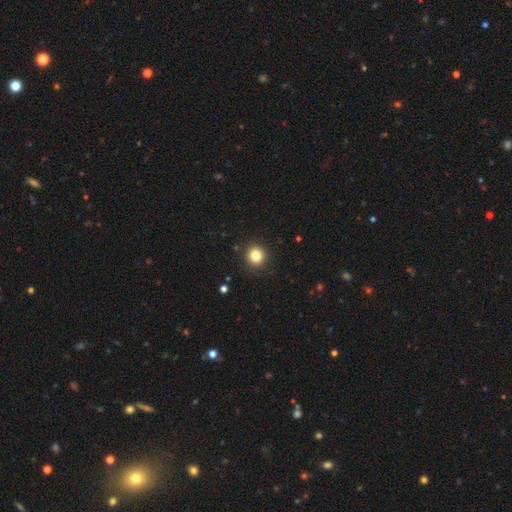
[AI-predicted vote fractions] Overall: smooth (83%). How rounded: round (92%). Merging: none (92%).